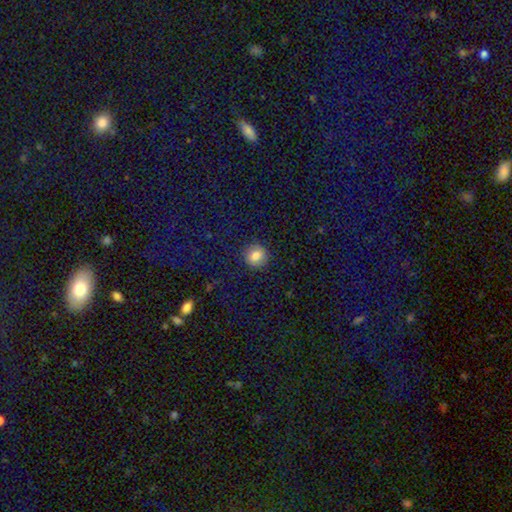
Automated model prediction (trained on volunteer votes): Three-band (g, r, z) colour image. It shows a smooth galaxy with no disk features (80%) that is round (89%). Merging: none (89%).